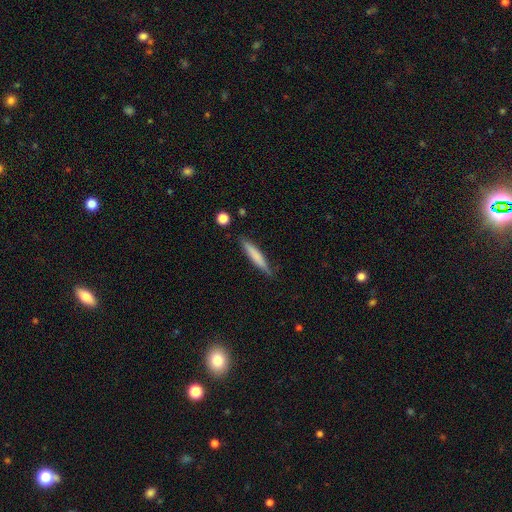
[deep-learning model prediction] Smooth or featured? Predicted: smooth (p=0.71). How rounded? Predicted: cigar-shaped (p=0.91). Merging? Predicted: none (p=0.83).